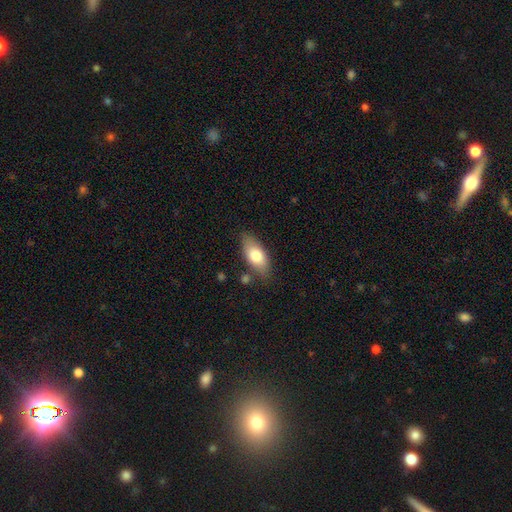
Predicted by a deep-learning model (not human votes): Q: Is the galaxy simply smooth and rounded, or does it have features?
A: smooth — 73%.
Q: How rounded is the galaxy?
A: in between — 87%.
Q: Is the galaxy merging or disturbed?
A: none — 77%.